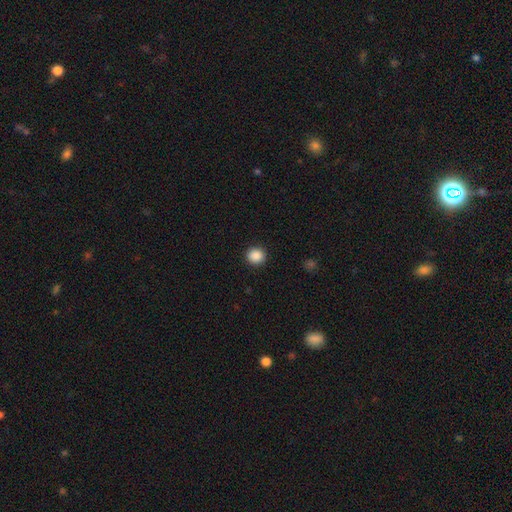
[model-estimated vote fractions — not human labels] Smooth or featured: smooth — 88% (star or artifact — 9%)
How rounded: round — 89% (in between — 11%)
Merging: none — 92% (minor disturbance — 5%)